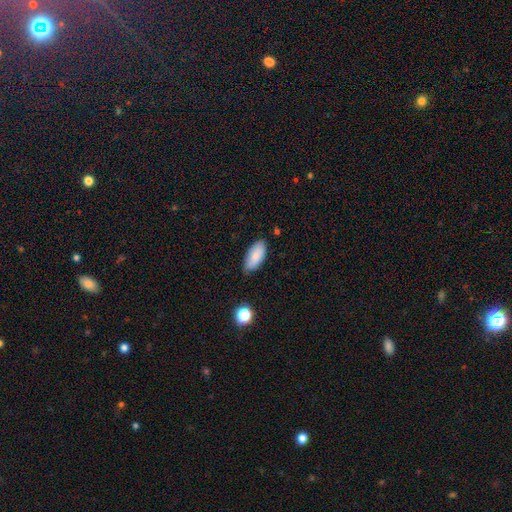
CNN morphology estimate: The model was most divided on "merging": none: 78%, minor disturbance: 17%, major disturbance: 3%, merger: 2%. More confident: how rounded — in between (89%); smooth or featured — smooth (86%).